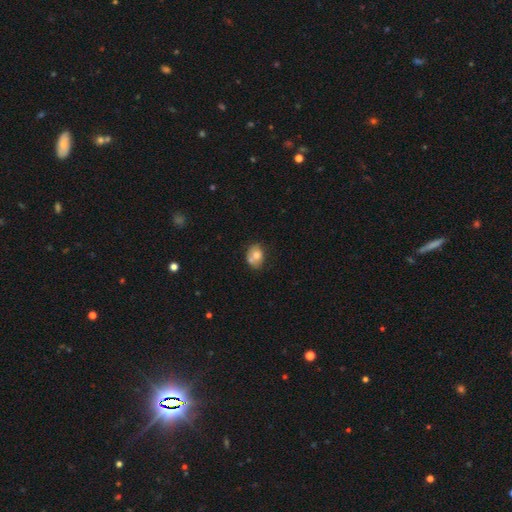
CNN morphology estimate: This is likely a smooth galaxy (69%). How rounded: likely in between (61%). Merging: marginally none (41%).